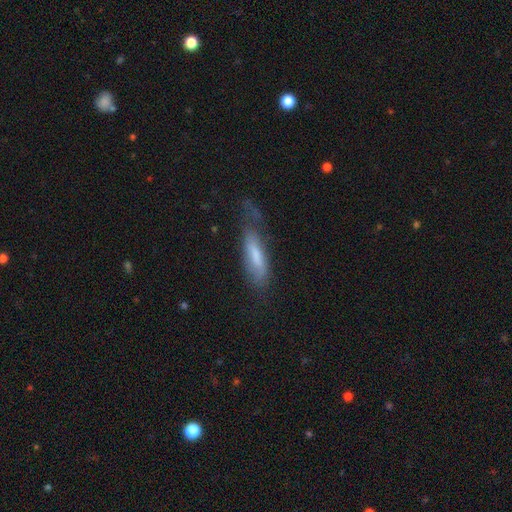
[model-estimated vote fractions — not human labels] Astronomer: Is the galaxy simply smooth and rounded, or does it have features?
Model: smooth — 58% (runner-up: featured or disk, 35%).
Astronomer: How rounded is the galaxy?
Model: cigar-shaped — 63%.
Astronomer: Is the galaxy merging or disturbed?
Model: none — 44% (runner-up: minor disturbance, 31%).